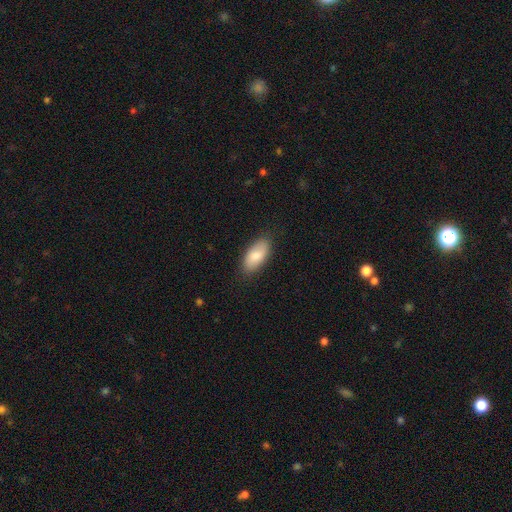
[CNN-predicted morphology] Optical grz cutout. It shows a smooth galaxy with no disk features (81%) that is in between round and cigar-shaped (91%). Merging: none (81%).